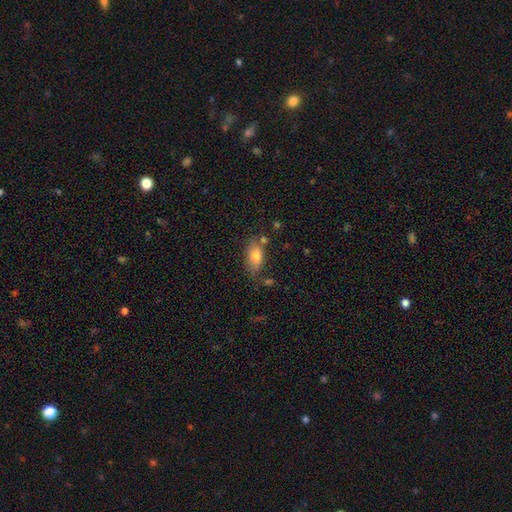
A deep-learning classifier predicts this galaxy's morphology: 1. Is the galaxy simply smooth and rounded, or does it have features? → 75% smooth, 16% featured or disk, 8% star or artifact.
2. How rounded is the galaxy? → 87% in between, 7% cigar-shaped, 6% round.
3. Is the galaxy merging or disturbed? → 65% none, 20% minor disturbance, 10% merger, 5% major disturbance.